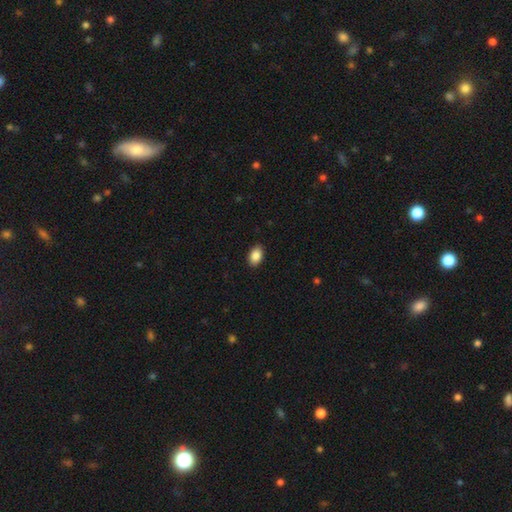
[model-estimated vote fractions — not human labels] The model was most divided on "how rounded": in between: 89%, round: 10%, cigar-shaped: 1%. More confident: merging — none (89%); smooth or featured — smooth (88%).